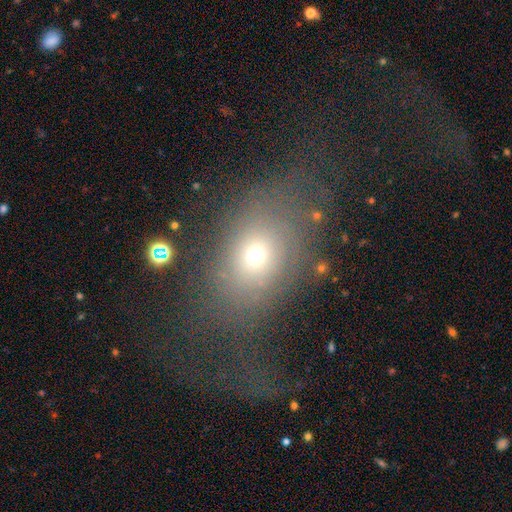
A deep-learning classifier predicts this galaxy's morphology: Q: Smooth or featured?
A: smooth (60%); runner-up: featured or disk (23%)
Q: How rounded?
A: in between (57%); runner-up: round (41%)
Q: Merging?
A: none (41%); runner-up: major disturbance (39%)